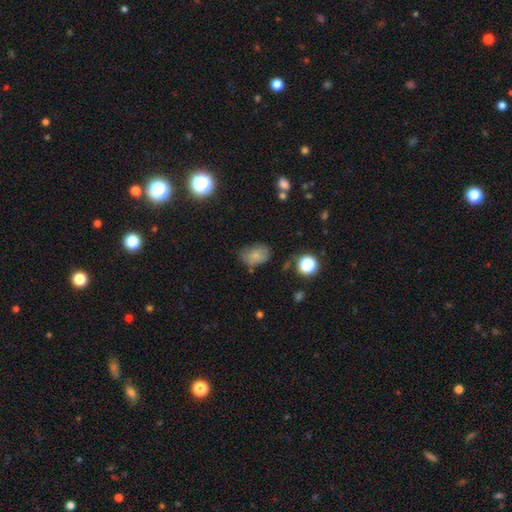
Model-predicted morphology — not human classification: The model was most divided on "merging": none: 52%, minor disturbance: 33%, major disturbance: 11%, merger: 4%. More confident: how rounded — in between (75%); smooth or featured — smooth (73%).